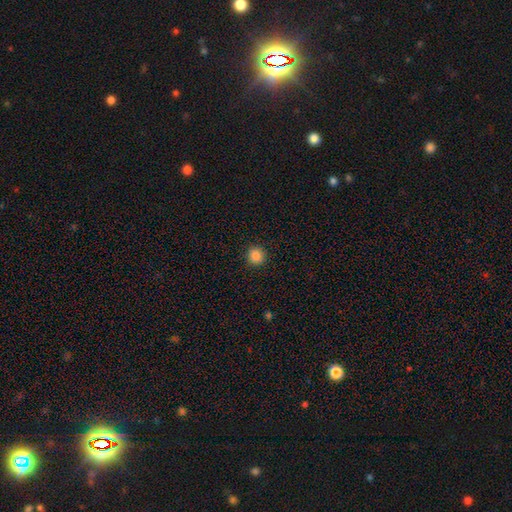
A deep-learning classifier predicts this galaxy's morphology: A smooth galaxy with no disk features (87%) that is round (92%). Merging: none (92%).